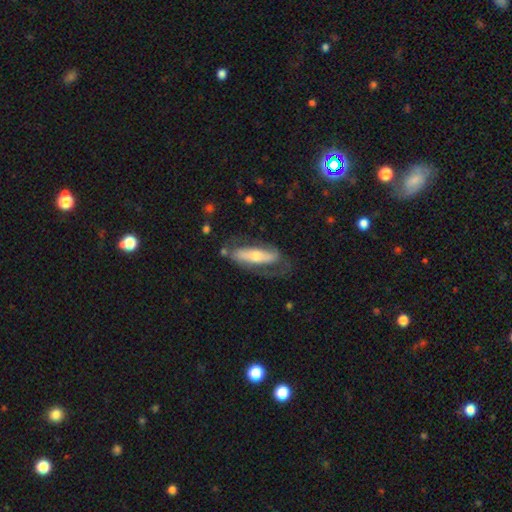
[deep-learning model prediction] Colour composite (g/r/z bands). It shows a featured or disk galaxy (56%). Merging: none (57%).